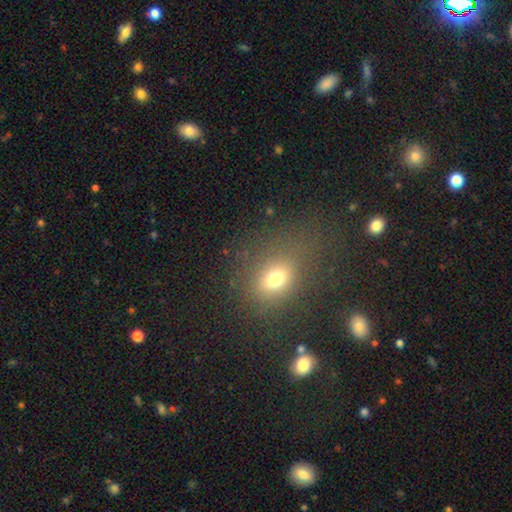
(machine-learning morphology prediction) This is possibly a smooth galaxy (58%). How rounded: possibly in between (50%). Merging: likely none (71%).